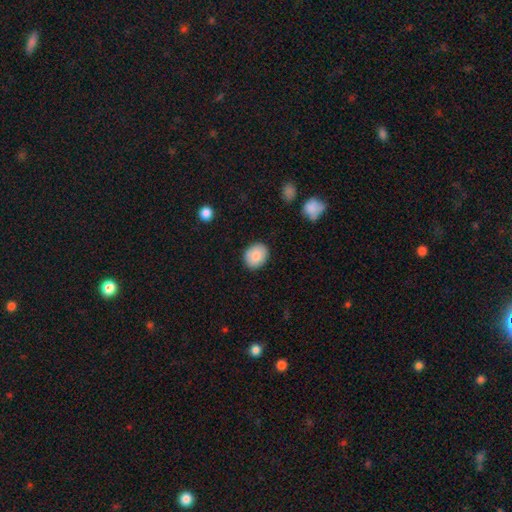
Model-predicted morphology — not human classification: Smooth or featured? smooth (84%)
How rounded? round (52%)
Merging? none (87%)